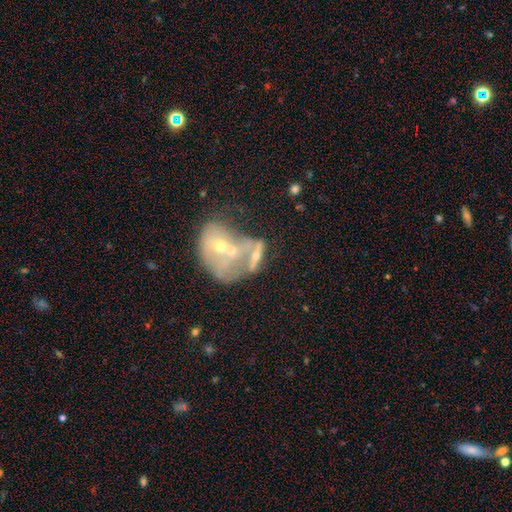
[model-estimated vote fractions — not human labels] smooth_or_featured: featured or disk (p=0.52) [alt: smooth p=0.36]
disk_edge_on: no (p=0.84) [alt: yes p=0.16]
merging: merger (p=0.69) [alt: none p=0.14]